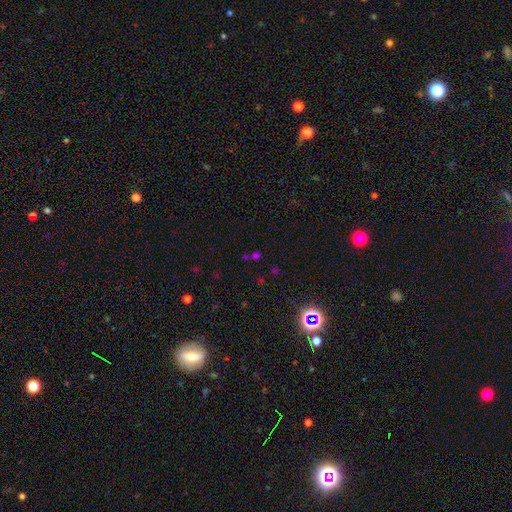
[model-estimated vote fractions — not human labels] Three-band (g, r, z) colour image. It shows a star or artifact, not a galaxy (52%).